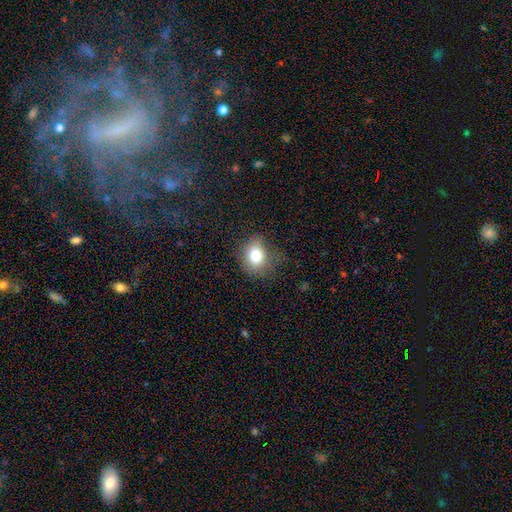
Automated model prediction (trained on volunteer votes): Overall: smooth (77%). How rounded: round (58%; in between 41%). Merging: none (68%).